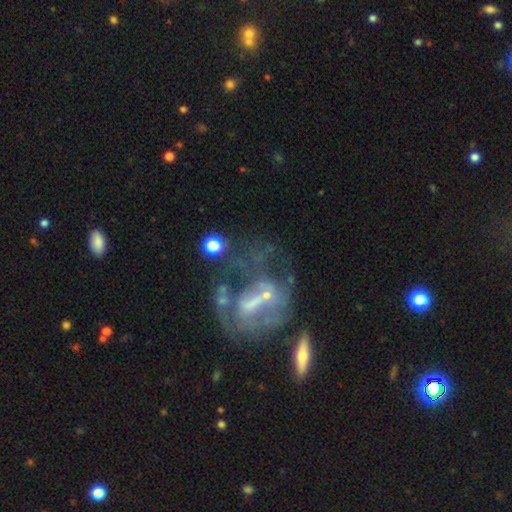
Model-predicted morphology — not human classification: smooth-or-featured: featured or disk: 67% | star or artifact: 17% | smooth: 16%
  disk-edge-on: no: 93% | yes: 7%
    bar: no: 50% | weak: 32% | strong: 18%
    has-spiral-arms: no: 62% | yes: 38%
    bulge-size: small: 44% | none: 30% | moderate: 22% | large: 3% | dominant: 1%
  merging: major disturbance: 34% | none: 31% | merger: 21% | minor disturbance: 15%